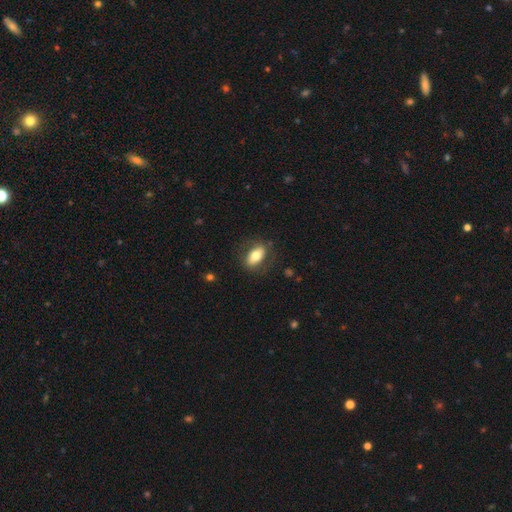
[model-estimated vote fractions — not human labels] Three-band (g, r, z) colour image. It shows a smooth galaxy with no disk features (68%) that is in between round and cigar-shaped (87%). Merging: none (78%).